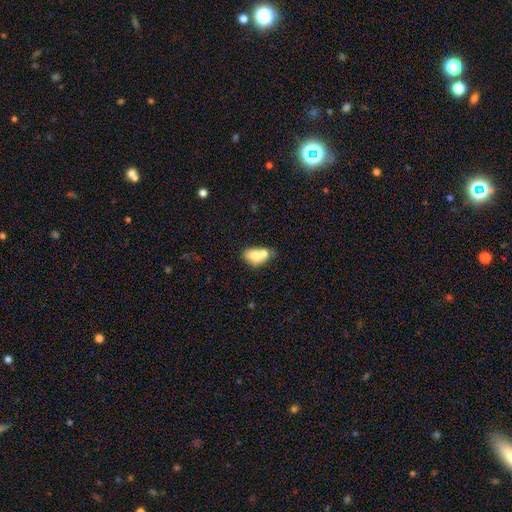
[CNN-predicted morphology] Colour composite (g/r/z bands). It shows a smooth galaxy with no disk features (71%) that is in between round and cigar-shaped (72%). Merging: merger (57%).